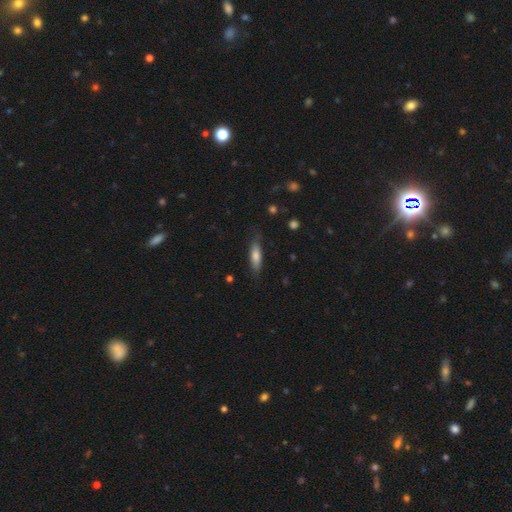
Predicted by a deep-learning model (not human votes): The model was most divided on "how rounded": cigar-shaped: 62%, in between: 36%, round: 2%. More confident: merging — none (77%); smooth or featured — smooth (70%).